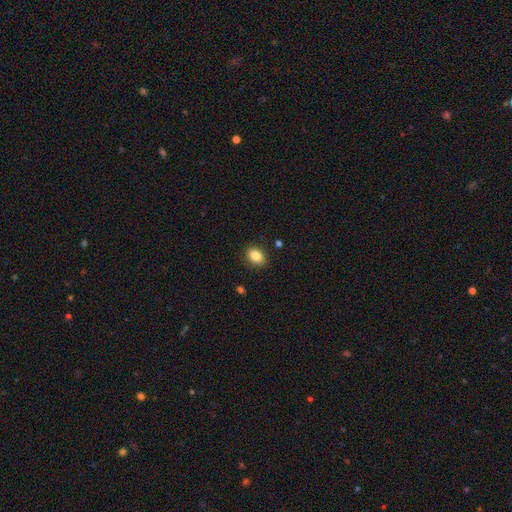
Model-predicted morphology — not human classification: Smooth or featured? Predicted: smooth (p=0.86). How rounded? Predicted: in between (p=0.77). Merging? Predicted: none (p=0.86).